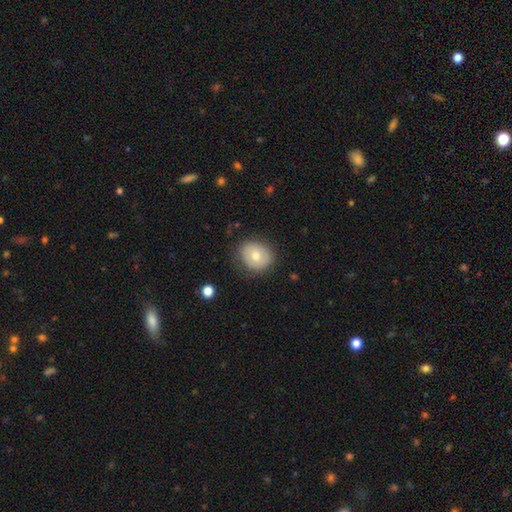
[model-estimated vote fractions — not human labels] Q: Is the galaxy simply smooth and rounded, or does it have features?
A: smooth — 70%.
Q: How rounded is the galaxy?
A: round — 63%.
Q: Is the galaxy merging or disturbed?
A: none — 78%.